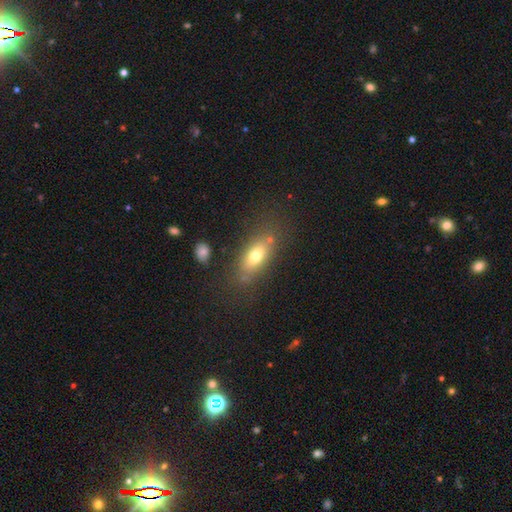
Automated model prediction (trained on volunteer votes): Smooth or featured? Predicted: smooth (p=0.70). How rounded? Predicted: in between (p=0.77). Merging? Predicted: none (p=0.72).